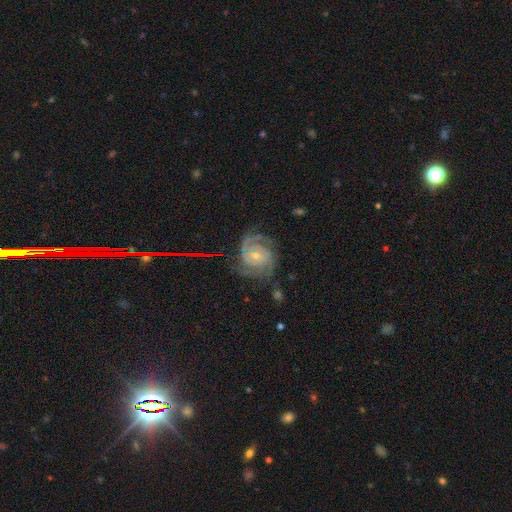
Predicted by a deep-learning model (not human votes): smooth_or_featured: featured or disk (p=0.90) [alt: star or artifact p=0.05]
disk_edge_on: no (p=0.98) [alt: yes p=0.02]
bar: no (p=0.52) [alt: weak p=0.37]
has_spiral_arms: yes (p=0.98) [alt: no p=0.02]
spiral_winding: tight (p=0.65) [alt: medium p=0.30]
spiral_arm_count: 2 (p=0.37) [alt: 3 p=0.29]
bulge_size: small (p=0.61) [alt: moderate p=0.35]
merging: none (p=0.71) [alt: minor disturbance p=0.18]